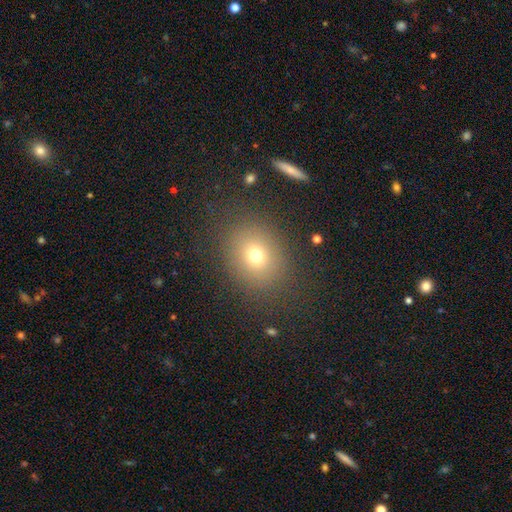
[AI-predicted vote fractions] This appears to be a smooth galaxy with no disk features (71%) that is round (60%). Merging: none (83%).